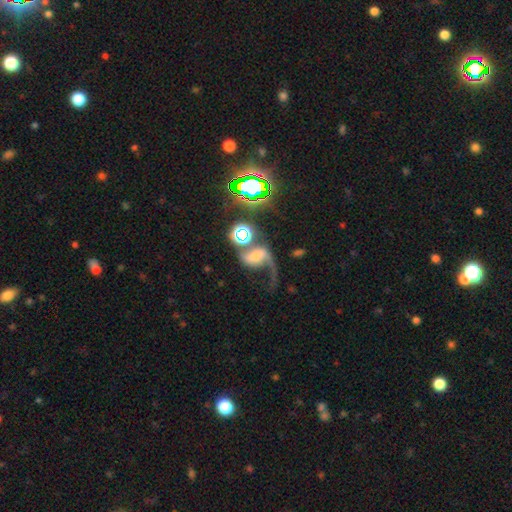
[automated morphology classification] This appears to be a featured or disk galaxy (68%) with no bar (51%), 2 (55%) loose (81%) spiral arms (89%) and a moderate central bulge (36%). Merging: major disturbance (36%).